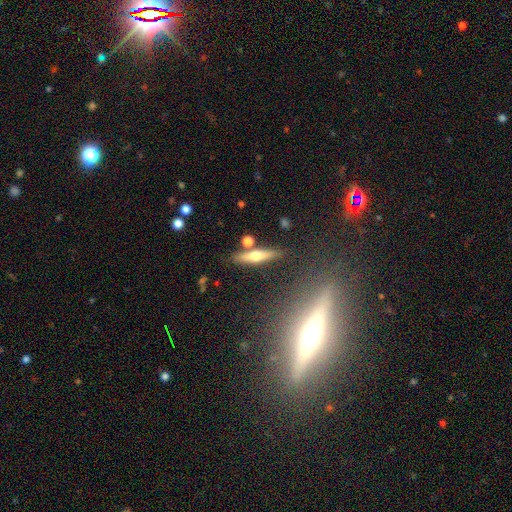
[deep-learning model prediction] Q: Smooth or featured?
A: featured or disk (47%); runner-up: smooth (46%)
Q: Merging?
A: none (77%); runner-up: merger (10%)